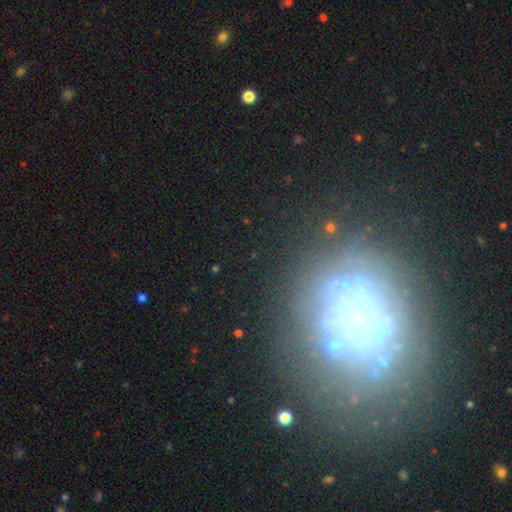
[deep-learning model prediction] featured or disk 56%, star or artifact 24%, smooth 20%. Down the decision tree: edge-on disk — no (95%); bar — no (85%); spiral arms — no (80%); bulge size — none (54%); merging — none (55%).